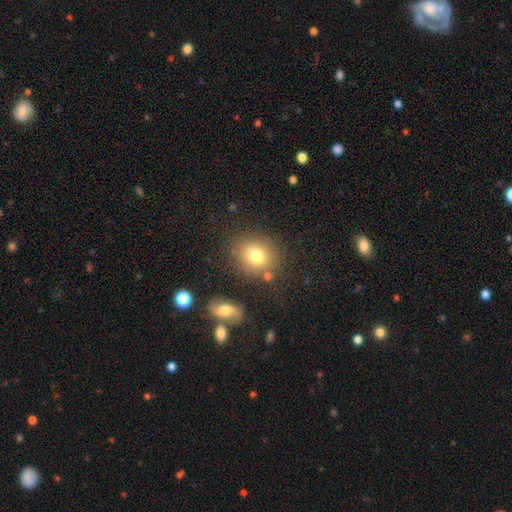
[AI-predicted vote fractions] Smooth or featured? Predicted: smooth (p=0.77). How rounded? Predicted: round (p=0.66). Merging? Predicted: none (p=0.77).